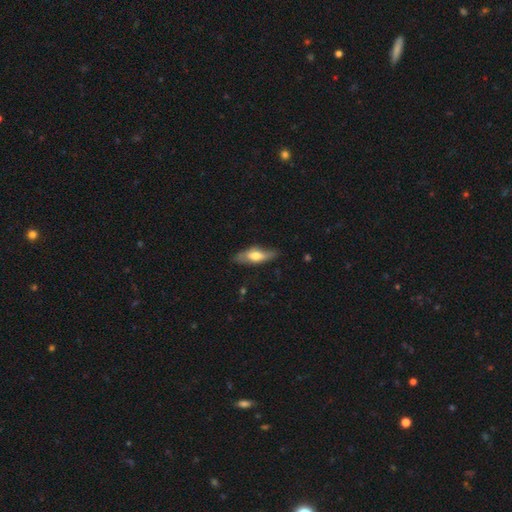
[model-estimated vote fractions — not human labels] smooth-or-featured: smooth: 54% | featured or disk: 40% | star or artifact: 6%
  how-rounded: in between: 60% | cigar-shaped: 37% | round: 3%
  merging: none: 72% | minor disturbance: 22% | major disturbance: 5% | merger: 2%